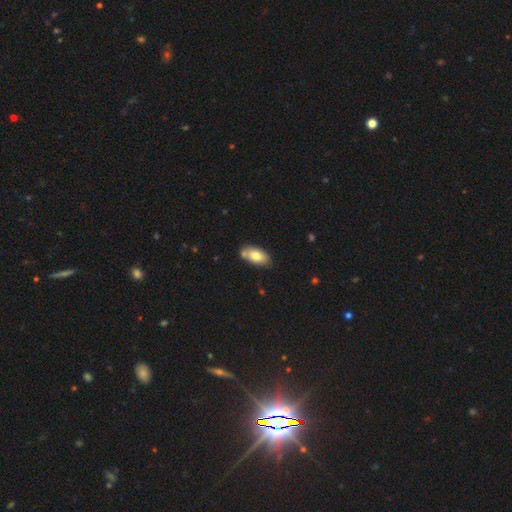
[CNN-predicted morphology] Smooth or featured: smooth — 77% (featured or disk — 16%)
How rounded: in between — 93% (round — 4%)
Merging: none — 66% (minor disturbance — 17%)